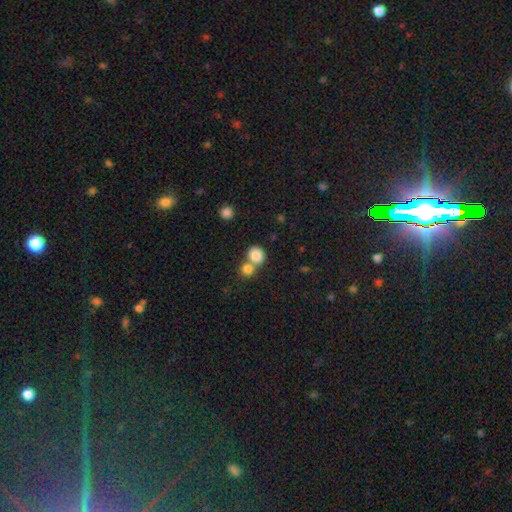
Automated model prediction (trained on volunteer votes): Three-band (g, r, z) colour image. It shows a smooth galaxy with no disk features (84%) that is round (76%). Merging: none (46%).